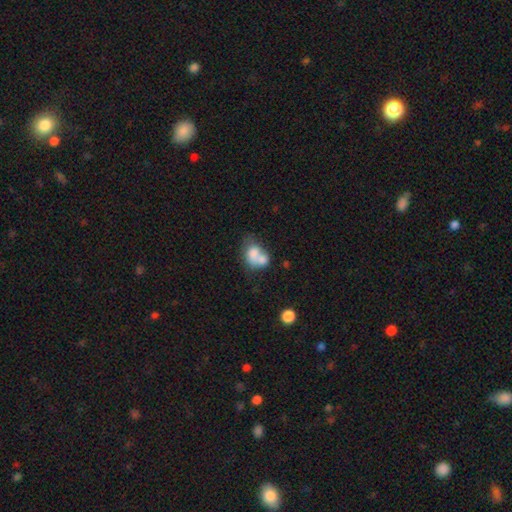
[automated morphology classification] This is likely a smooth galaxy (69%). How rounded: likely in between (62%). Merging: likely merger (63%).